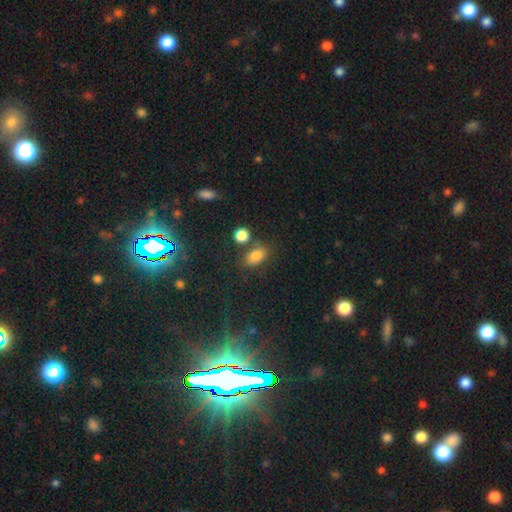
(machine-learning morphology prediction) type=smooth (81%); roundness=in between (81%); merging=none (68%).